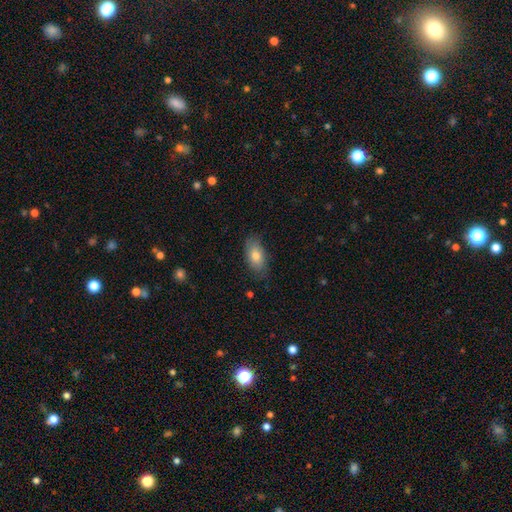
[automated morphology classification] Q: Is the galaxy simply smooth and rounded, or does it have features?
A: smooth — 73%.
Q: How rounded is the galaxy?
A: in between — 90%.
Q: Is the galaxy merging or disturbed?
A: none — 78%.